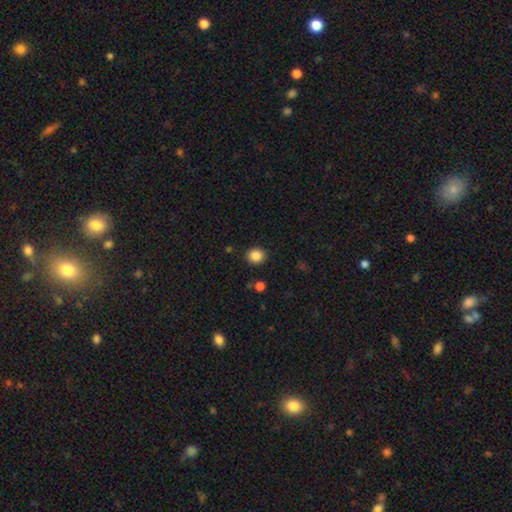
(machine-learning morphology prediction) Smooth or featured?
  - smooth: 87% *
  - star or artifact: 10%
  - featured or disk: 3%
How rounded?
  - round: 80% *
  - in between: 19%
  - cigar-shaped: 1%
Merging?
  - none: 89% *
  - minor disturbance: 7%
  - major disturbance: 2%
  - merger: 2%